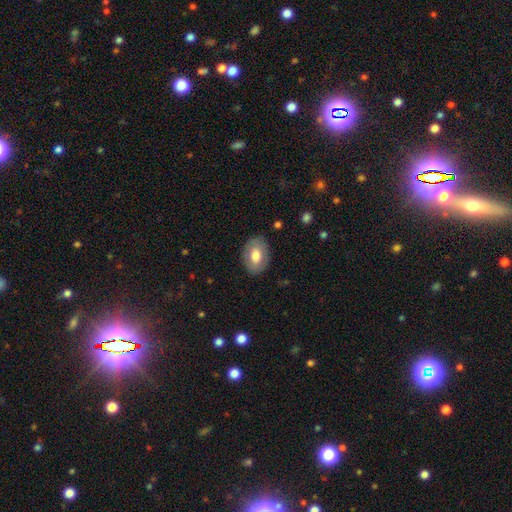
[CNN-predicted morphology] type=smooth (73%); roundness=in between (82%); merging=none (84%).